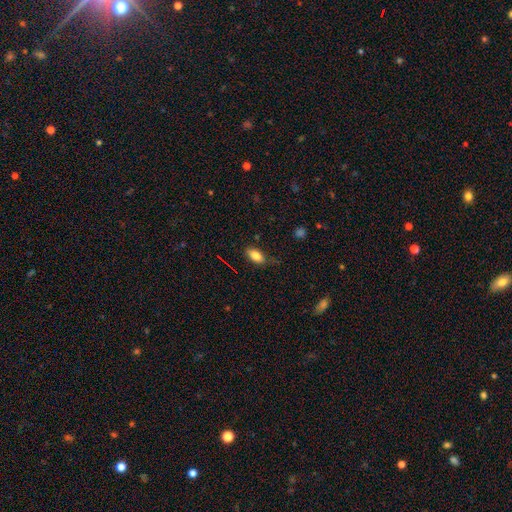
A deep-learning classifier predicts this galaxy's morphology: smooth 83%, featured or disk 9%, star or artifact 8%. Down the decision tree: how rounded — in between (90%); merging — none (72%).